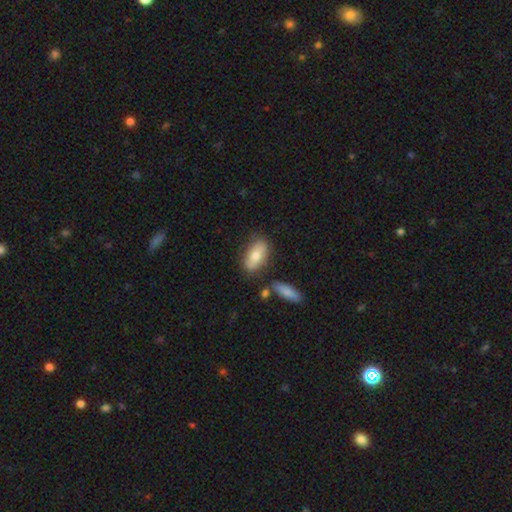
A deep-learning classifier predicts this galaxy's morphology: Smooth or featured? Predicted: smooth (p=0.74). How rounded? Predicted: in between (p=0.87). Merging? Predicted: none (p=0.73).